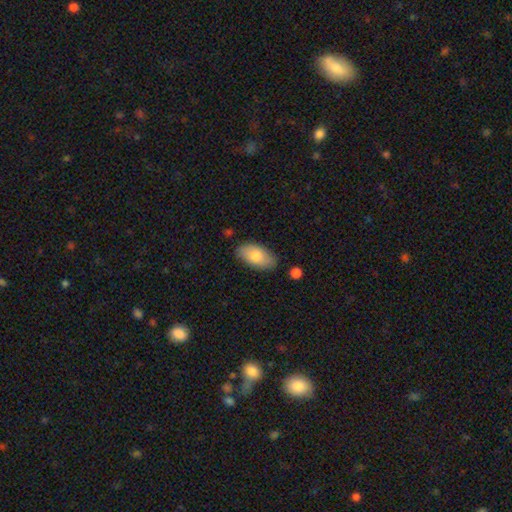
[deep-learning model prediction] Morphology: type=smooth (81%); roundness=in between (94%); merging=none (82%).